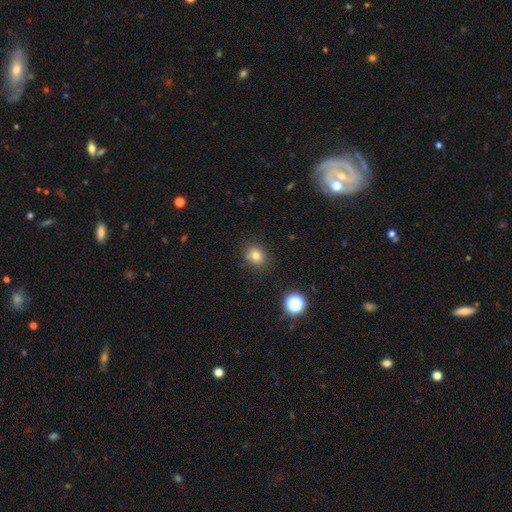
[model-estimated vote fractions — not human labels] This appears to be a smooth galaxy with no disk features (79%) that is round (72%). Merging: none (84%).